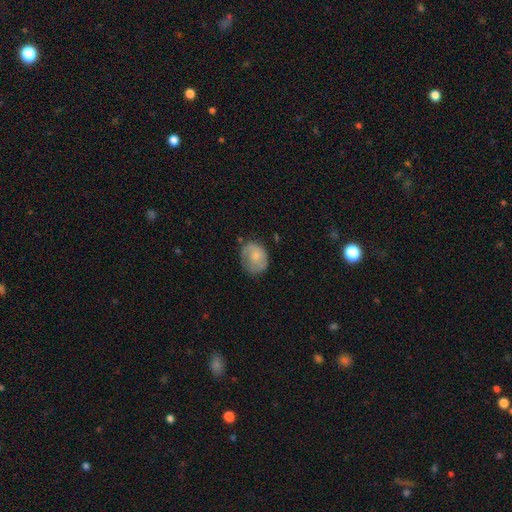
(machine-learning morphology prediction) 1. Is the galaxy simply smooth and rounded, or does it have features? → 65% smooth, 28% featured or disk, 7% star or artifact.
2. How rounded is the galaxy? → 53% round, 47% in between, 1% cigar-shaped.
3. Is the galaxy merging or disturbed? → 59% none, 29% minor disturbance, 10% major disturbance, 2% merger.